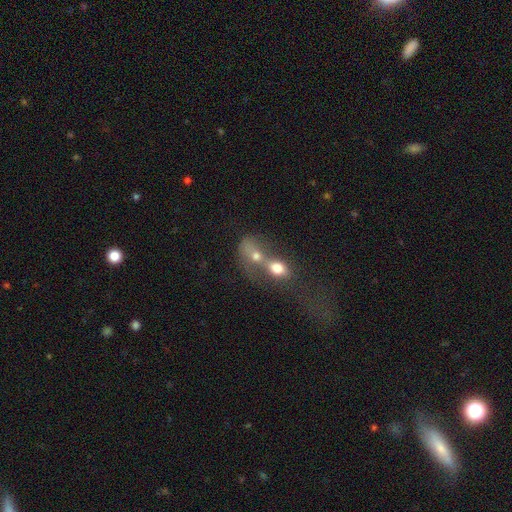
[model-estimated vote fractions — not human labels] smooth_or_featured: smooth (p=0.55) [alt: featured or disk p=0.31]
how_rounded: in between (p=0.56) [alt: round p=0.38]
merging: merger (p=0.78) [alt: none p=0.09]